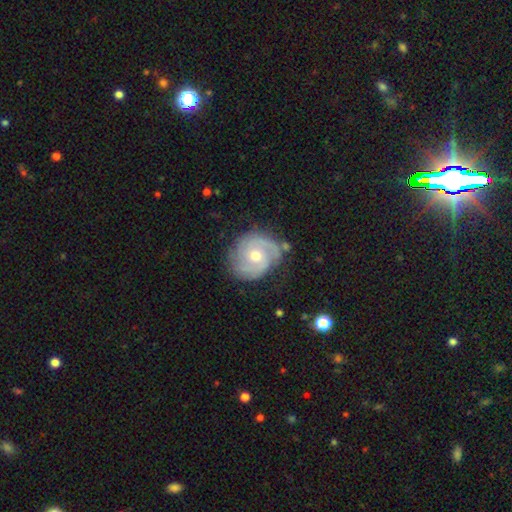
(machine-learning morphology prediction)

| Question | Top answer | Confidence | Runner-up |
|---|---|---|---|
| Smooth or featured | featured or disk | 84% | smooth (11%) |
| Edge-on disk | no | 98% | yes (2%) |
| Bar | no | 71% | weak (24%) |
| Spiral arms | yes | 96% | no (4%) |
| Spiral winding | tight | 62% | medium (31%) |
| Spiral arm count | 2 | 36% | 3 (31%) |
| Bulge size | moderate | 68% | small (28%) |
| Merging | none | 73% | minor disturbance (19%) |